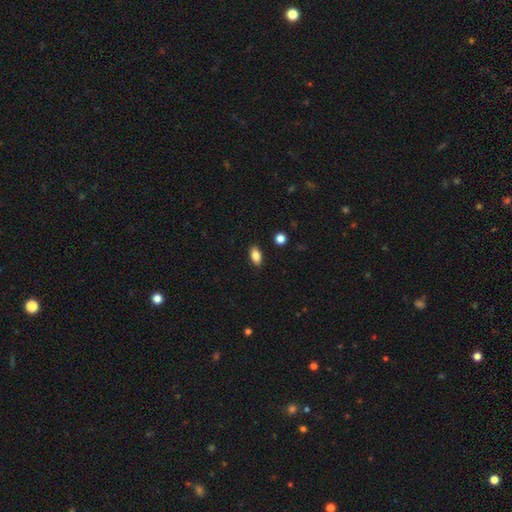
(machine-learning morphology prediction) type=smooth (85%); roundness=in between (90%); merging=none (89%).